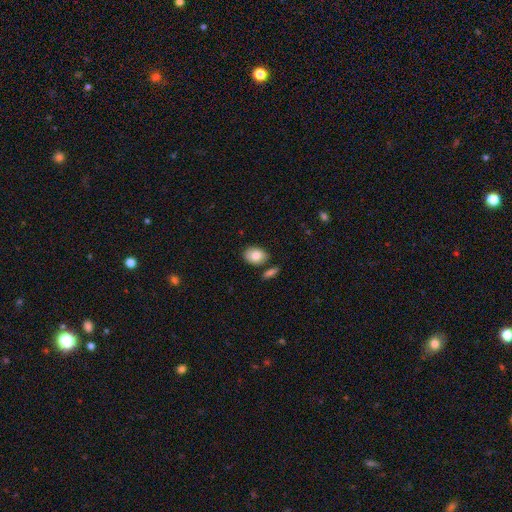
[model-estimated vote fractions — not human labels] smooth_or_featured: smooth (p=0.84) [alt: featured or disk p=0.09]
how_rounded: in between (p=0.75) [alt: round p=0.24]
merging: none (p=0.76) [alt: minor disturbance p=0.13]